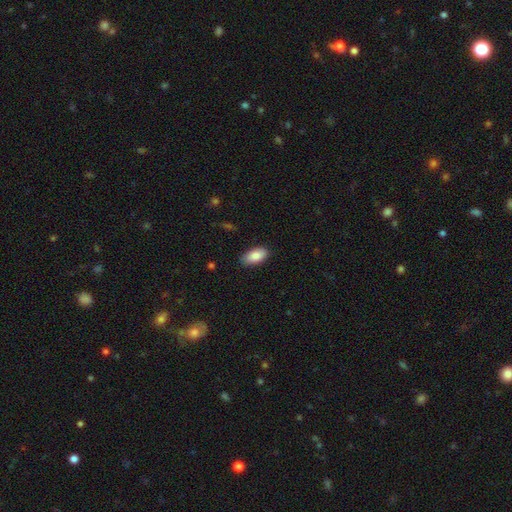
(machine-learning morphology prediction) Q: Smooth or featured?
A: smooth (86%); runner-up: featured or disk (8%)
Q: How rounded?
A: in between (93%); runner-up: cigar-shaped (4%)
Q: Merging?
A: none (85%); runner-up: minor disturbance (11%)